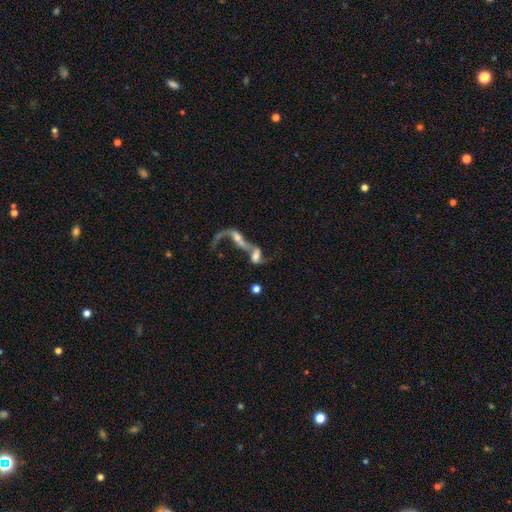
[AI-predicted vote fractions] Overall: featured or disk (60%; smooth 29%). Edge-on disk: no (91%). Bar: no (64%; weak 26%). Spiral arms: yes (60%; no 40%). Bulge size: moderate (32%; none 27%). Merging: merger (76%).